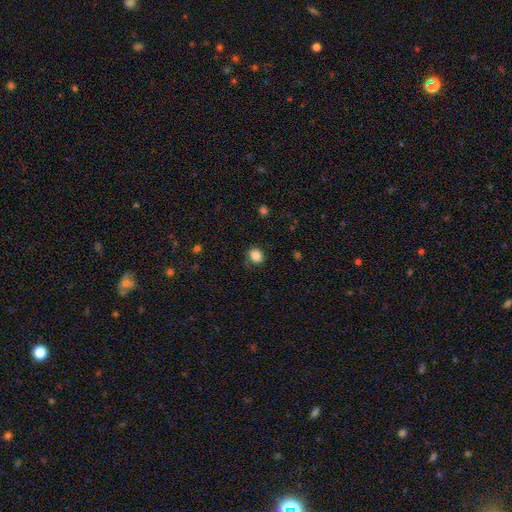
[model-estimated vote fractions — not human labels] A smooth galaxy with no disk features (85%) that is round (68%). Merging: none (81%).